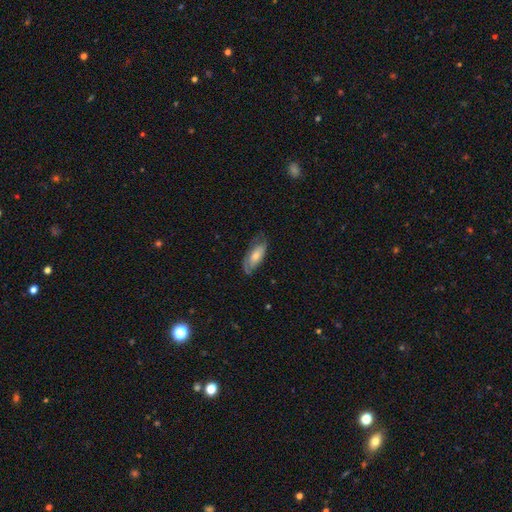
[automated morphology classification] The model was most divided on "smooth or featured": featured or disk: 53%, smooth: 40%, star or artifact: 7%. More confident: edge-on disk — no (84%); merging — none (69%).